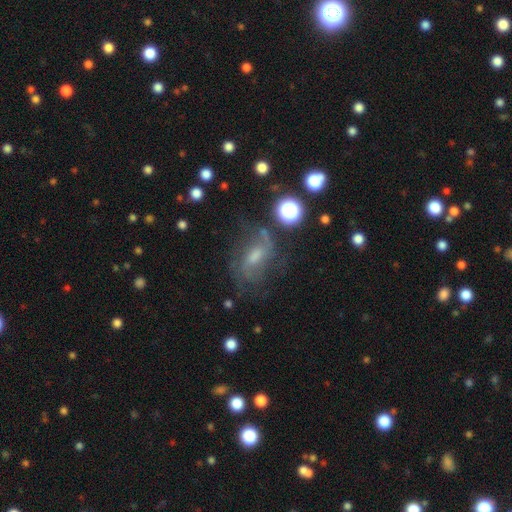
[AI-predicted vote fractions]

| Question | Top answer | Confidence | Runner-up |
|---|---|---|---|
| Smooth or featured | featured or disk | 60% | smooth (25%) |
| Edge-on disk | no | 94% | yes (6%) |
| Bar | weak | 48% | no (39%) |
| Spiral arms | yes | 81% | no (19%) |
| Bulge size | moderate | 45% | small (31%) |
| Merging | none | 52% | major disturbance (22%) |